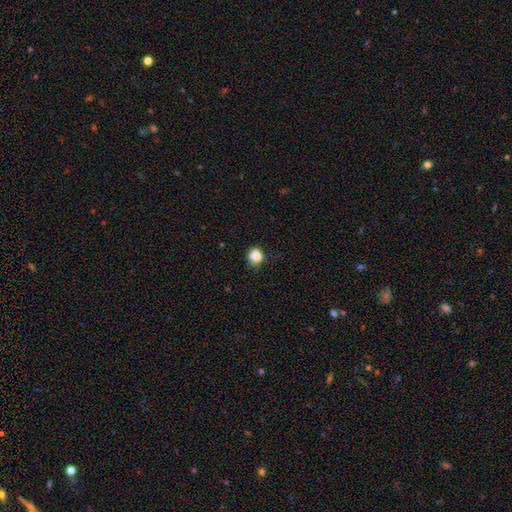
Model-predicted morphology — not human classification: Smooth or featured? smooth (82%)
How rounded? round (66%)
Merging? none (56%)